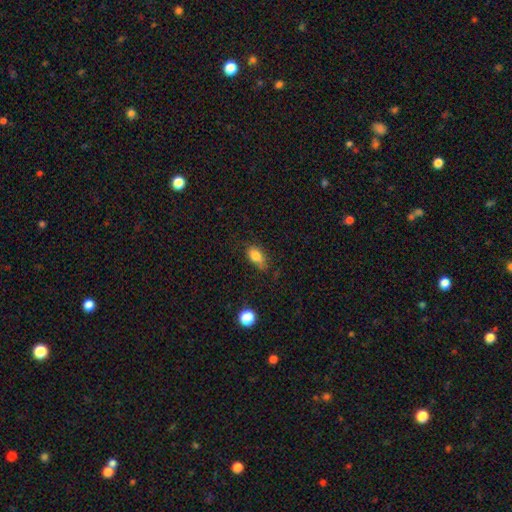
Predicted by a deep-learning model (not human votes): This appears to be a smooth galaxy with no disk features (82%) that is in between round and cigar-shaped (84%). Merging: none (63%).